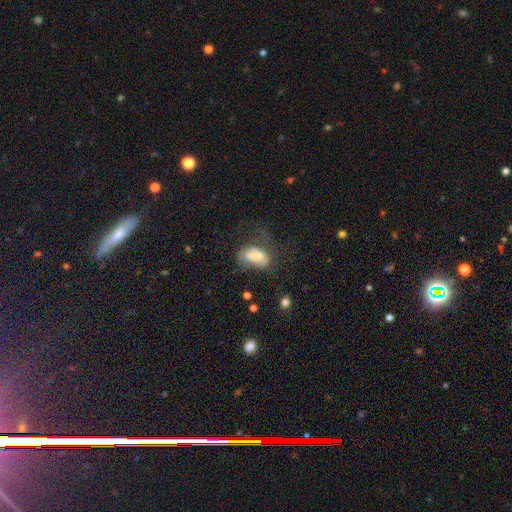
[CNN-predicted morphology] A smooth galaxy with no disk features (66%) that is in between round and cigar-shaped (89%).

Vote fractions:
- Smooth or featured? smooth: 66% / featured or disk: 24% / star or artifact: 9%
- How rounded? in between: 89% / round: 8% / cigar-shaped: 3%
- Merging? major disturbance: 35% / none: 33% / minor disturbance: 27% / merger: 6%